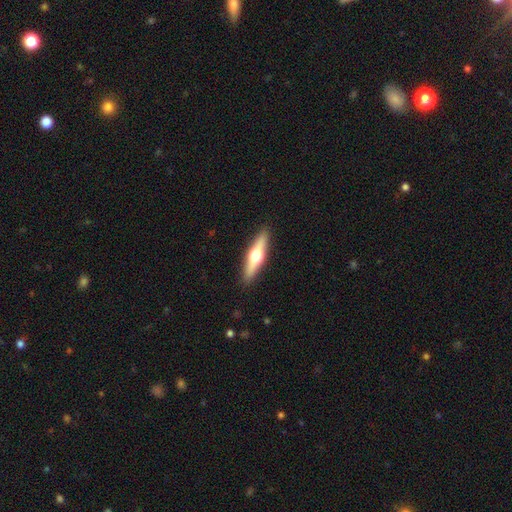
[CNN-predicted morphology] A featured or disk galaxy (60%) viewed edge-on (95%) with a rounded central bulge (96%).

Vote fractions:
- Smooth or featured? featured or disk: 60% / smooth: 34% / star or artifact: 5%
- Edge-on disk? yes: 95% / no: 5%
- Edge-on bulge? rounded: 96% / boxy: 3% / none: 2%
- Merging? none: 91% / minor disturbance: 7% / major disturbance: 2% / merger: 1%